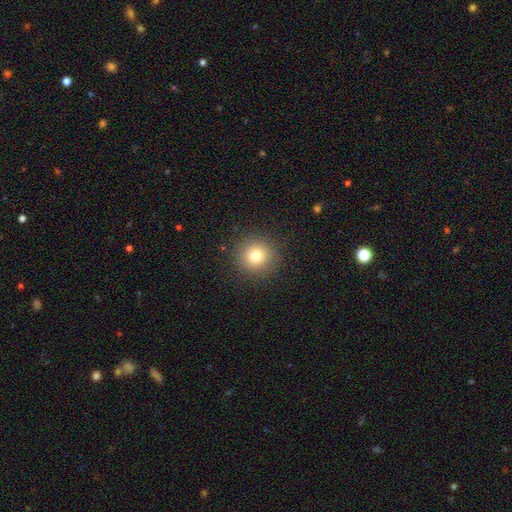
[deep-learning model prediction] A smooth galaxy with no disk features (78%) that is round (94%).

Vote fractions:
- Smooth or featured? smooth: 78% / star or artifact: 13% / featured or disk: 8%
- How rounded? round: 94% / in between: 5% / cigar-shaped: 1%
- Merging? none: 90% / minor disturbance: 6% / major disturbance: 3% / merger: 1%